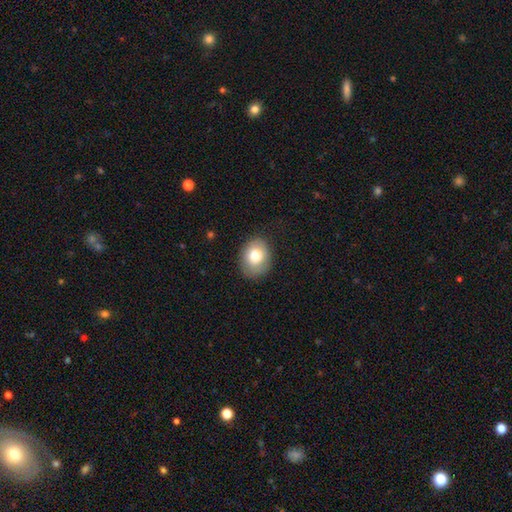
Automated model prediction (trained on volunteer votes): A smooth galaxy with no disk features (76%) that is in between round and cigar-shaped (55%).

Vote fractions:
- Smooth or featured? smooth: 76% / featured or disk: 15% / star or artifact: 9%
- How rounded? in between: 55% / round: 44% / cigar-shaped: 1%
- Merging? none: 84% / minor disturbance: 12% / major disturbance: 3% / merger: 1%